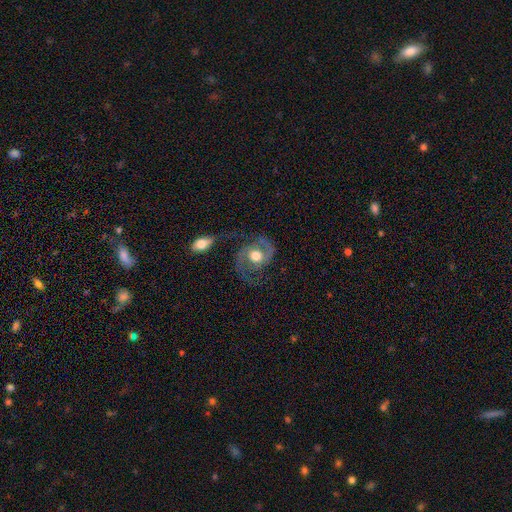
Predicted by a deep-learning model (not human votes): The model was most divided on "spiral winding": medium: 53%, loose: 26%, tight: 21%. More confident: edge-on disk — no (97%); spiral arms — yes (92%); spiral arm count — 2 (91%); smooth or featured — featured or disk (82%); bar — no (69%); bulge size — moderate (63%); merging — none (55%).